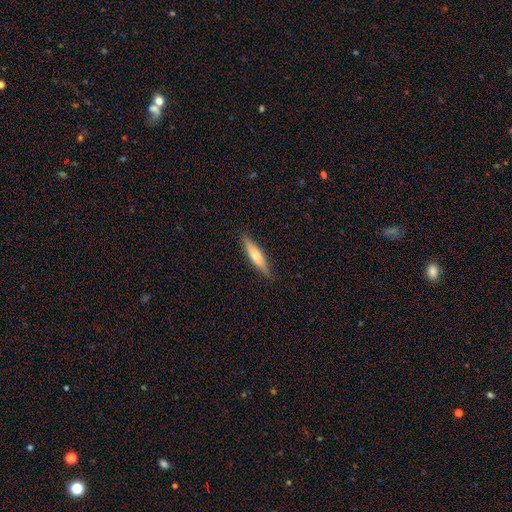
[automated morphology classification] Overall: smooth (61%; featured or disk 33%). How rounded: cigar-shaped (79%). Merging: none (87%).